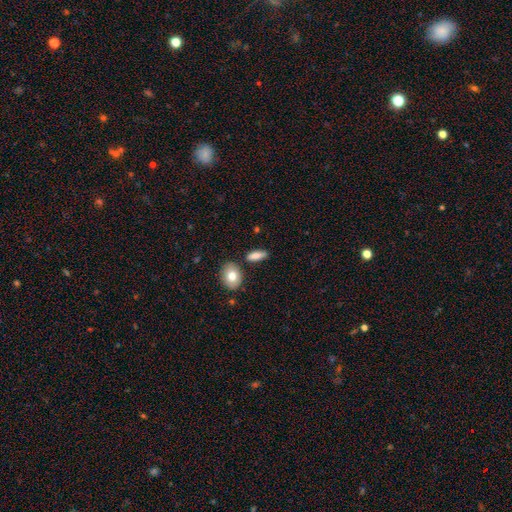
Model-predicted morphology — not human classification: This appears to be a smooth galaxy with no disk features (81%) that is in between round and cigar-shaped (69%). Merging: none (80%).